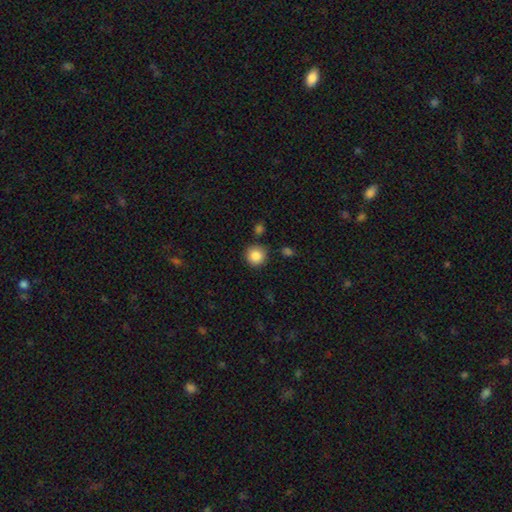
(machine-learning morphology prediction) A smooth galaxy with no disk features (87%) that is round (93%).

Vote fractions:
- Smooth or featured? smooth: 87% / star or artifact: 9% / featured or disk: 4%
- How rounded? round: 93% / in between: 6% / cigar-shaped: 1%
- Merging? none: 85% / minor disturbance: 8% / merger: 4% / major disturbance: 3%